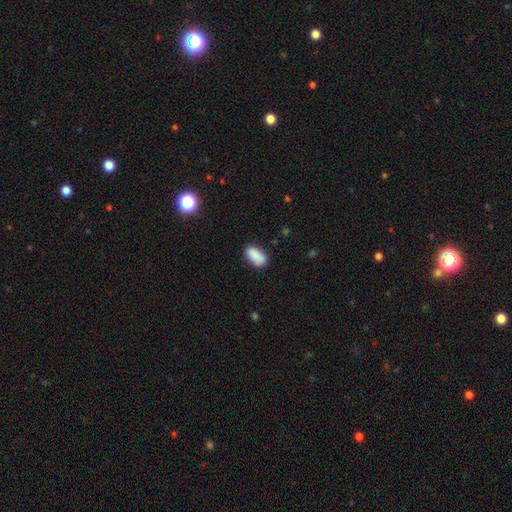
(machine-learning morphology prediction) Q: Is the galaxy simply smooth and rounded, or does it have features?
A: smooth — 87%.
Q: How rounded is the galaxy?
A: in between — 89%.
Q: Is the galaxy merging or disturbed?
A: none — 76%.